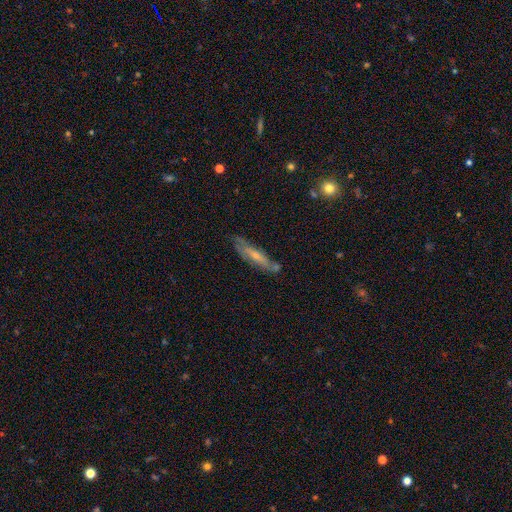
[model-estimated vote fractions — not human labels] This appears to be a featured or disk galaxy (53%) viewed edge-on (59%). Merging: none (66%).